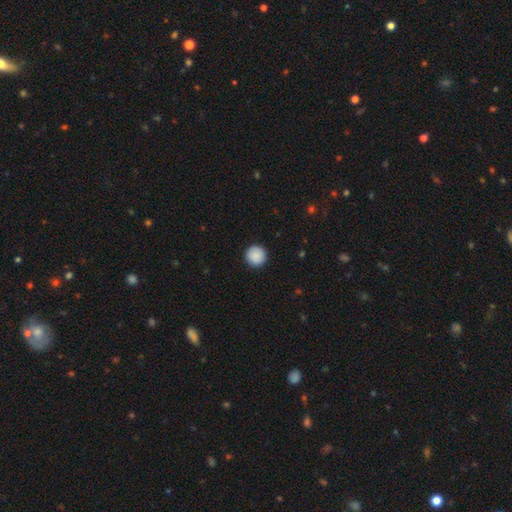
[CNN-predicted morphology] Smooth or featured: smooth — 90% (star or artifact — 8%)
How rounded: round — 96% (in between — 3%)
Merging: none — 92% (minor disturbance — 5%)